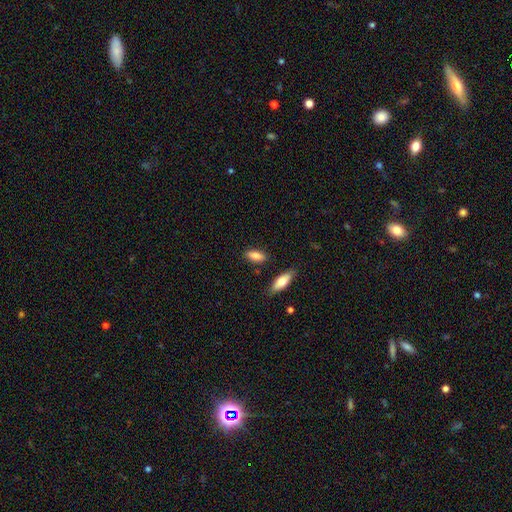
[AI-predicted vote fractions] Q: Smooth or featured?
A: smooth (83%); runner-up: featured or disk (10%)
Q: How rounded?
A: in between (75%); runner-up: cigar-shaped (22%)
Q: Merging?
A: none (82%); runner-up: minor disturbance (11%)